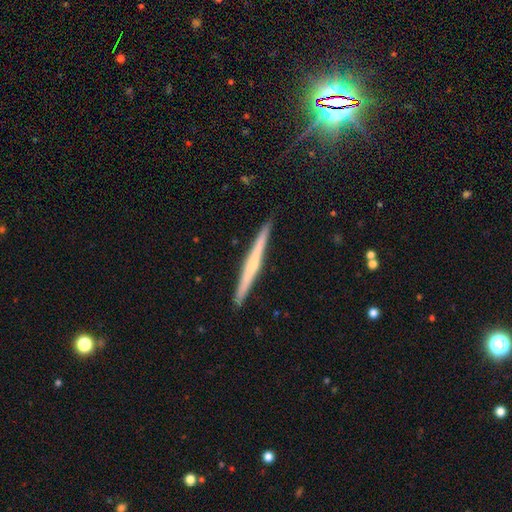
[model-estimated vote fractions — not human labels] The model was most divided on "edge-on bulge": none: 59%, rounded: 34%, boxy: 7%. More confident: edge-on disk — yes (98%); merging — none (92%); smooth or featured — featured or disk (61%).